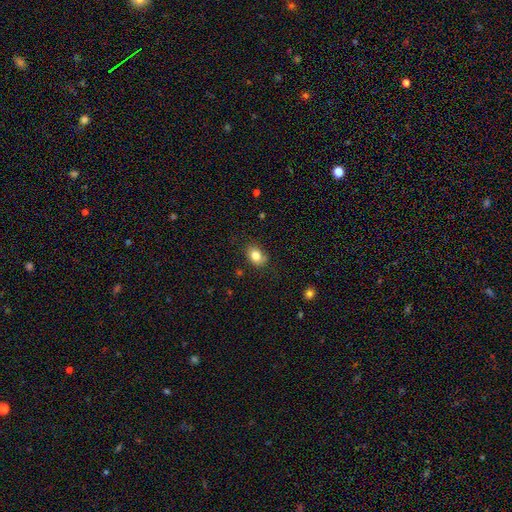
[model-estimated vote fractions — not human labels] Smooth or featured? smooth (82%)
How rounded? in between (67%)
Merging? none (73%)